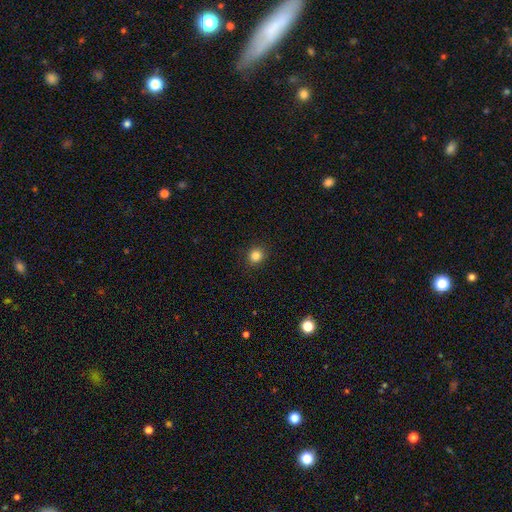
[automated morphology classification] This is clearly a smooth galaxy (84%). How rounded: clearly round (85%). Merging: clearly none (92%).